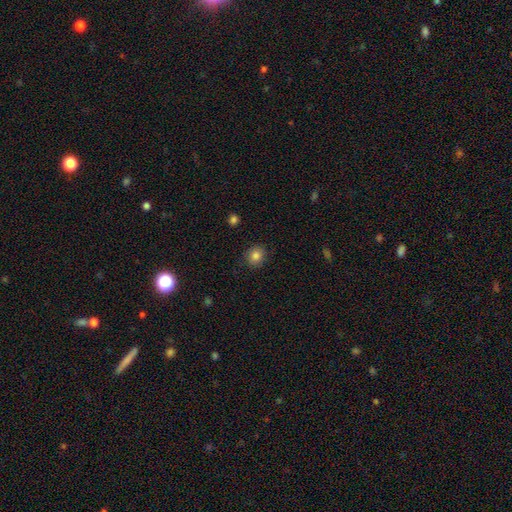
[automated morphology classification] Overall: smooth (84%). How rounded: round (80%). Merging: none (89%).